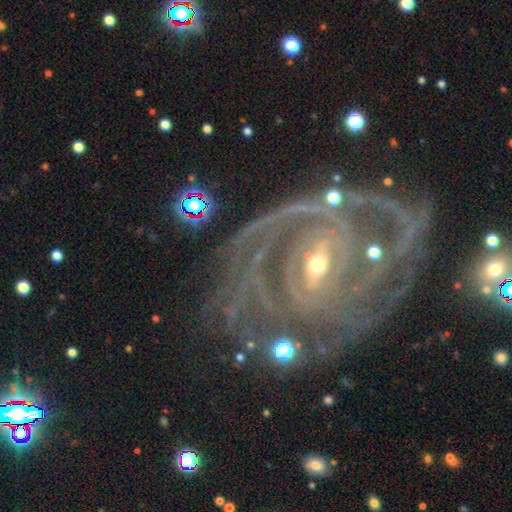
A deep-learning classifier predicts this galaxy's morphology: Smooth or featured? Predicted: featured or disk (p=0.90). Edge-on disk? Predicted: no (p=0.97). Bar? Predicted: strong (p=0.40). Spiral arms? Predicted: yes (p=0.97). Spiral winding? Predicted: tight (p=0.70). Spiral arm count? Predicted: can't tell (p=0.22). Bulge size? Predicted: small (p=0.70). Merging? Predicted: none (p=0.64).